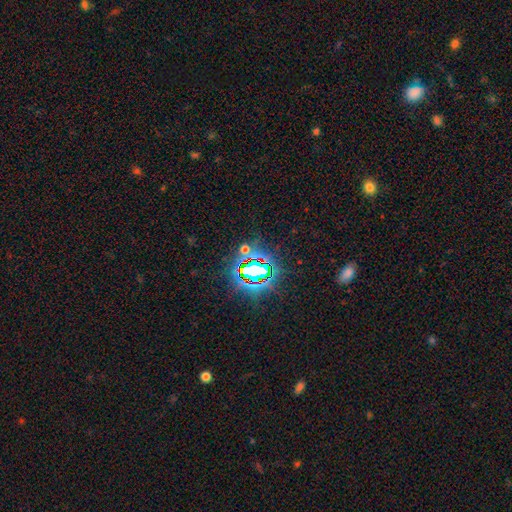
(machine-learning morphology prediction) Smooth or featured? star or artifact (81%)